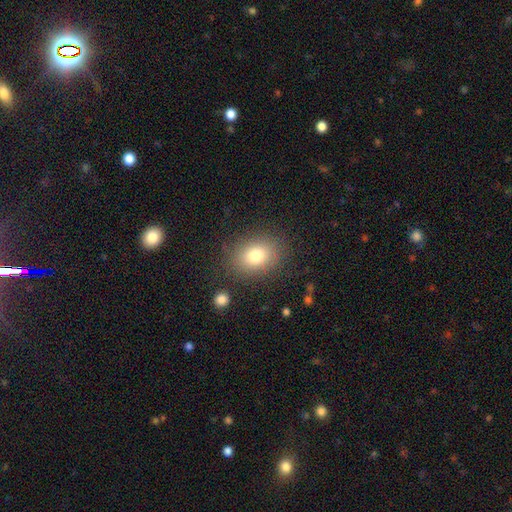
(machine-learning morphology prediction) The model was most divided on "how rounded": in between: 64%, round: 35%, cigar-shaped: 1%. More confident: merging — none (83%); smooth or featured — smooth (79%).